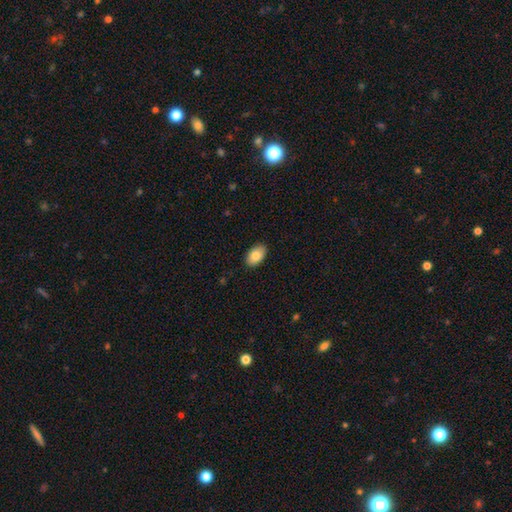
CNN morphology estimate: Smooth or featured?
  - smooth: 85% *
  - featured or disk: 8%
  - star or artifact: 7%
How rounded?
  - in between: 92% *
  - round: 6%
  - cigar-shaped: 1%
Merging?
  - none: 88% *
  - minor disturbance: 9%
  - major disturbance: 2%
  - merger: 1%